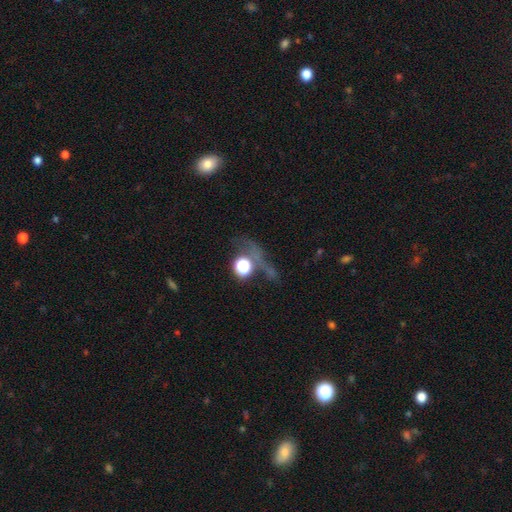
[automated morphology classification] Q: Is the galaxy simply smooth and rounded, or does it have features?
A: star or artifact — 42%.